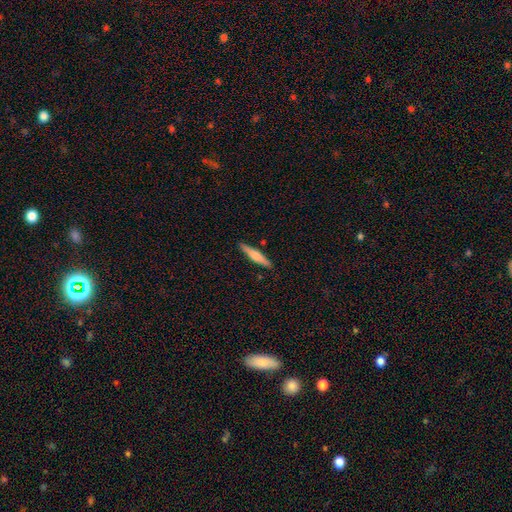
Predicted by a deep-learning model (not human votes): Overall: smooth (57%; featured or disk 38%). How rounded: cigar-shaped (89%). Merging: none (88%).